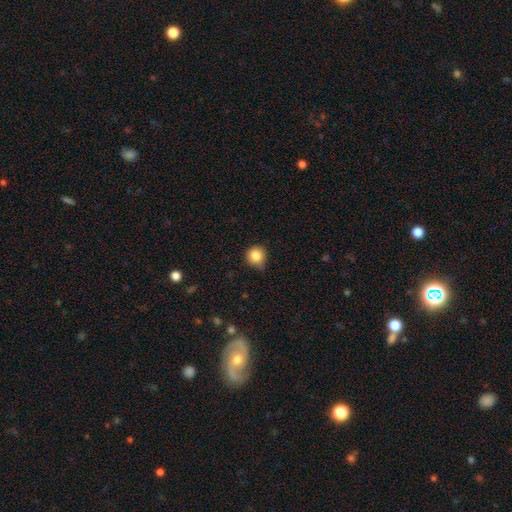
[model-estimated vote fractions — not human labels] This appears to be a smooth galaxy with no disk features (85%) that is round (91%). Merging: none (64%).